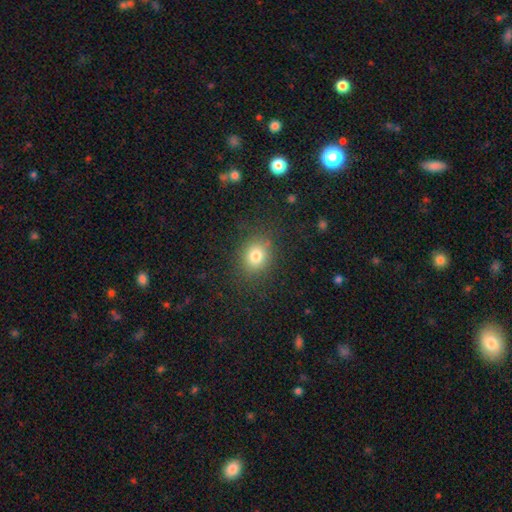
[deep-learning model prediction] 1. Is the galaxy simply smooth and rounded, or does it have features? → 79% smooth, 13% star or artifact, 8% featured or disk.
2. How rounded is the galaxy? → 63% round, 36% in between, 1% cigar-shaped.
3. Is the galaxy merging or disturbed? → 83% none, 11% minor disturbance, 5% major disturbance, 1% merger.